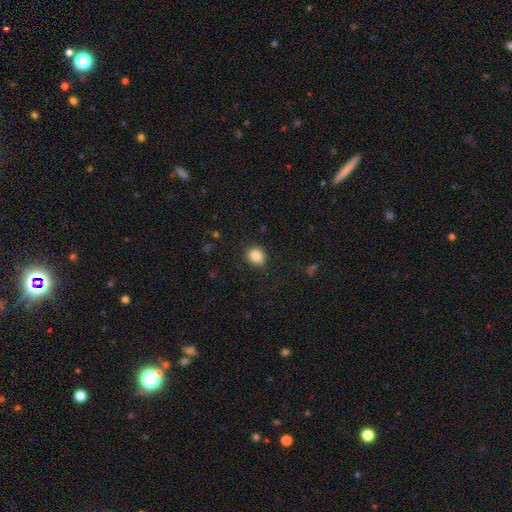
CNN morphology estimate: Q: Smooth or featured?
A: smooth (85%); runner-up: star or artifact (10%)
Q: How rounded?
A: round (62%); runner-up: in between (37%)
Q: Merging?
A: none (84%); runner-up: minor disturbance (12%)